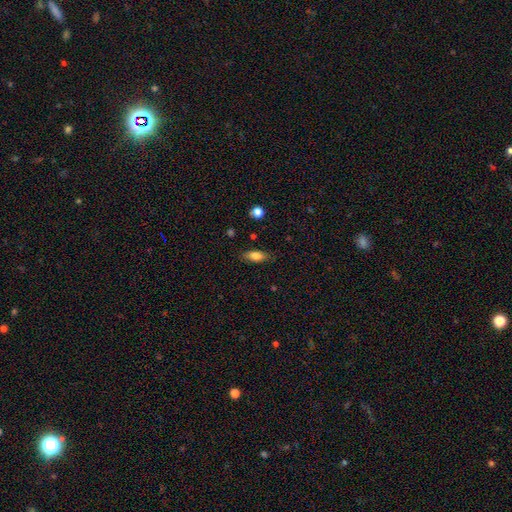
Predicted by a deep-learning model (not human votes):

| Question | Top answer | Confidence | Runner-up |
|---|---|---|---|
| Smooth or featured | smooth | 80% | featured or disk (12%) |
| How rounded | in between | 80% | cigar-shaped (16%) |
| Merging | none | 82% | minor disturbance (13%) |